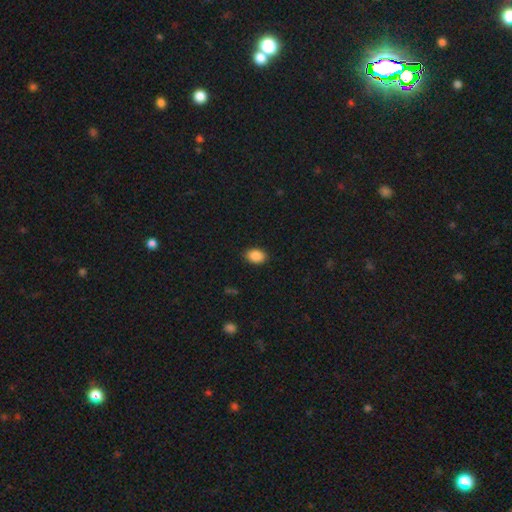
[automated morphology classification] Overall: smooth (89%). How rounded: in between (82%). Merging: none (89%).